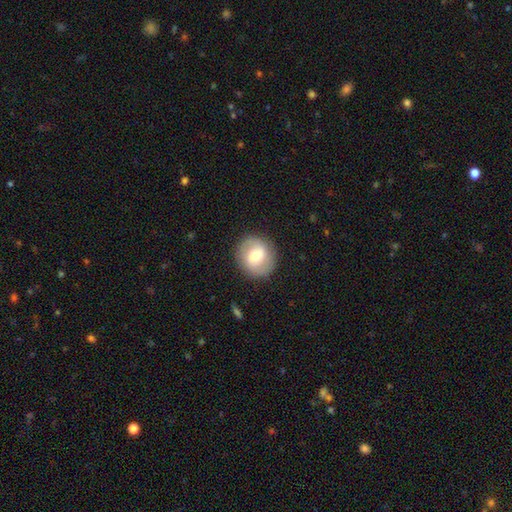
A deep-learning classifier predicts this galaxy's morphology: smooth-or-featured: smooth: 56% | featured or disk: 37% | star or artifact: 7%
  how-rounded: round: 86% | in between: 13% | cigar-shaped: 1%
  merging: none: 87% | minor disturbance: 9% | major disturbance: 3% | merger: 1%